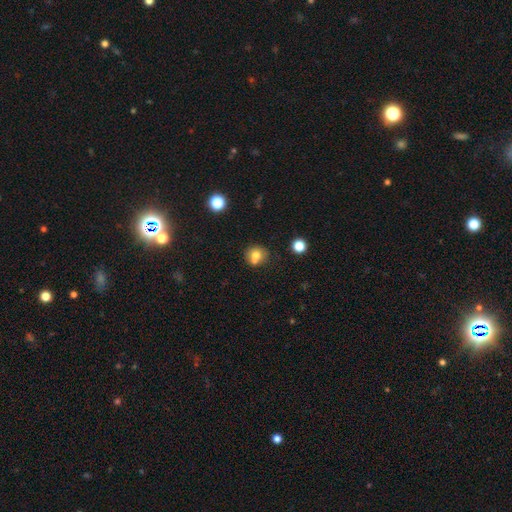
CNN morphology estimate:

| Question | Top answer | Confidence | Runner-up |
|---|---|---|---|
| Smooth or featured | smooth | 73% | featured or disk (15%) |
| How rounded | round | 85% | in between (14%) |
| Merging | none | 55% | merger (32%) |